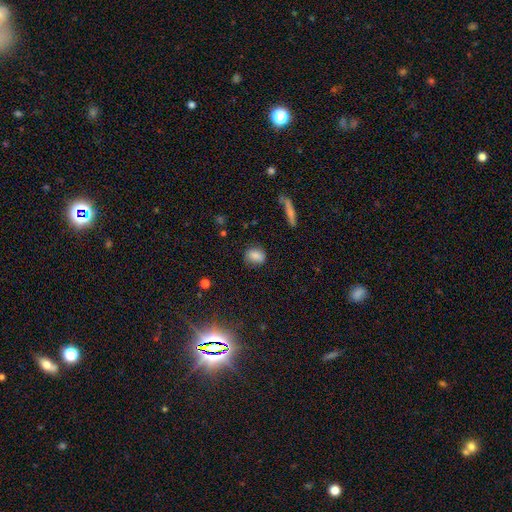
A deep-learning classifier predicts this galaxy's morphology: A smooth galaxy with no disk features (80%) that is in between round and cigar-shaped (55%). Merging: none (81%).